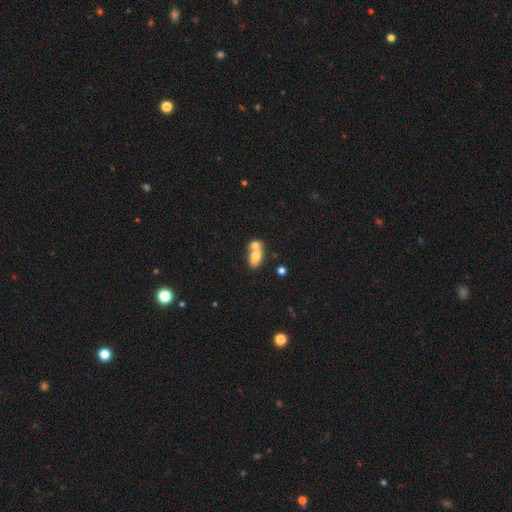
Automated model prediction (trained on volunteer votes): This is likely a smooth galaxy (72%). How rounded: likely in between (79%). Merging: likely merger (66%).